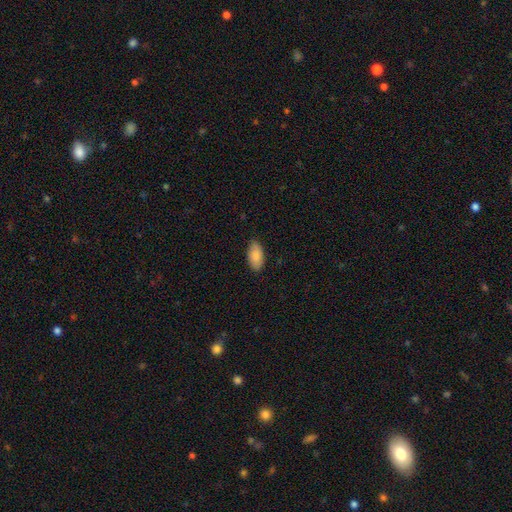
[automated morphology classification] Q: Smooth or featured?
A: smooth (86%); runner-up: featured or disk (7%)
Q: How rounded?
A: in between (94%); runner-up: cigar-shaped (3%)
Q: Merging?
A: none (83%); runner-up: minor disturbance (14%)